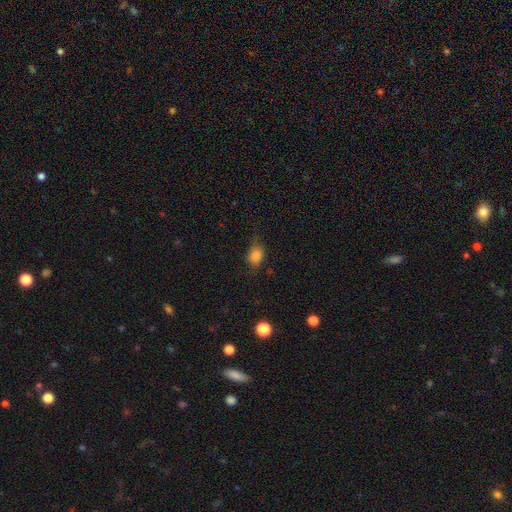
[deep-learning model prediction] This appears to be a smooth galaxy with no disk features (82%) that is in between round and cigar-shaped (69%). Merging: none (63%).